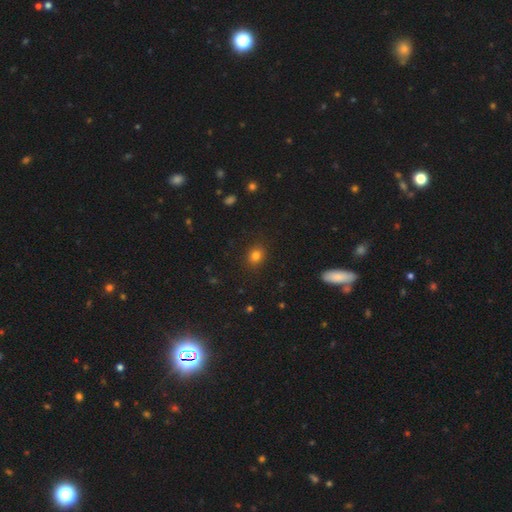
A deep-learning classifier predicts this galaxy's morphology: smooth-or-featured: smooth: 81% | star or artifact: 14% | featured or disk: 6%
  how-rounded: round: 59% | in between: 40% | cigar-shaped: 1%
  merging: none: 87% | minor disturbance: 9% | major disturbance: 3% | merger: 1%